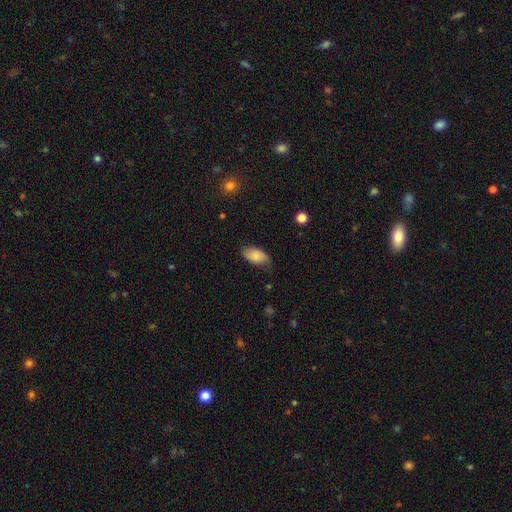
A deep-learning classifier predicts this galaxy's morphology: This is clearly a smooth galaxy (82%). How rounded: clearly in between (94%). Merging: likely none (70%).